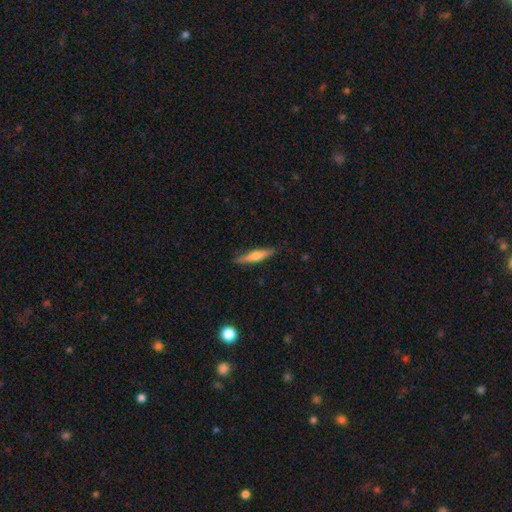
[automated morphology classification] Smooth or featured? smooth (48%)
Merging? none (87%)